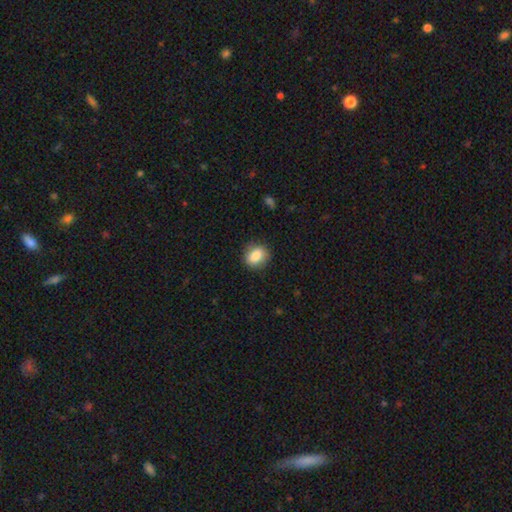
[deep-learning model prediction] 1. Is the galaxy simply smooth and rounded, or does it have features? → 85% smooth, 8% star or artifact, 7% featured or disk.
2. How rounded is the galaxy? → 51% round, 47% in between, 1% cigar-shaped.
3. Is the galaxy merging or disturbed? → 84% none, 12% minor disturbance, 3% major disturbance, 1% merger.